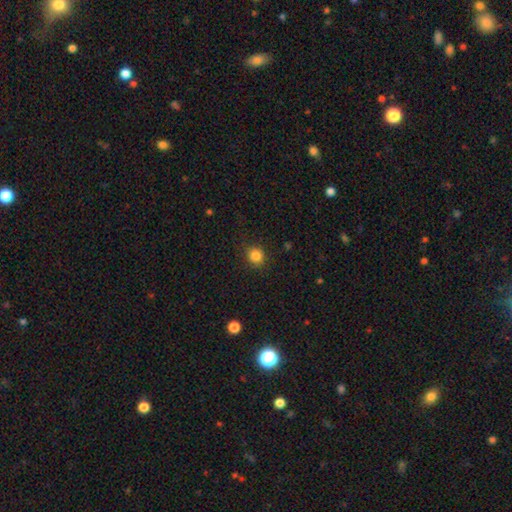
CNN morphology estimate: Smooth or featured? Predicted: smooth (p=0.85). How rounded? Predicted: round (p=0.87). Merging? Predicted: none (p=0.88).